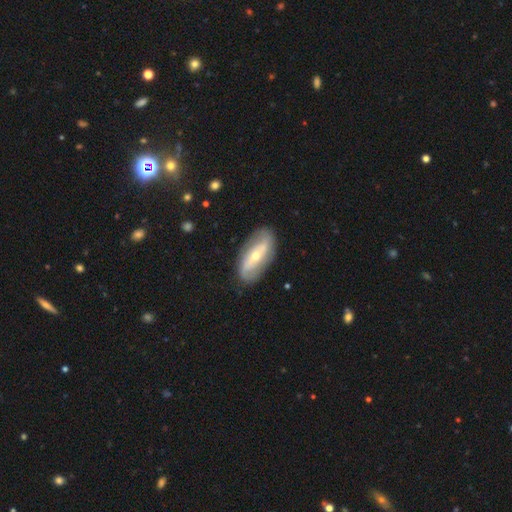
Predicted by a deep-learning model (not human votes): Smooth or featured: featured or disk — 71% (smooth — 23%)
Edge-on disk: no — 88% (yes — 12%)
Bar: strong — 39% (no — 33%)
Spiral arms: yes — 73% (no — 27%)
Bulge size: small — 53% (moderate — 44%)
Merging: none — 82% (minor disturbance — 12%)